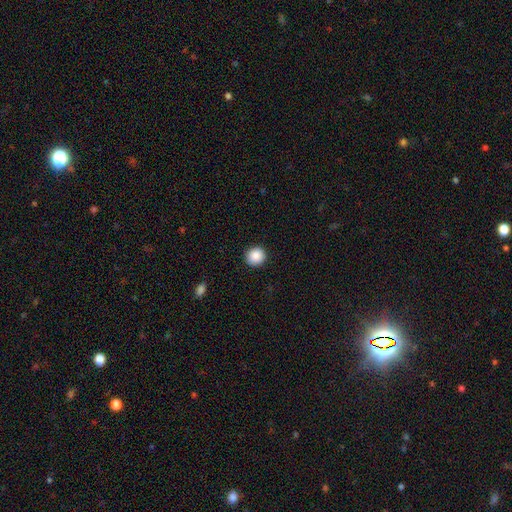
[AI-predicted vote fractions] smooth 89%, star or artifact 9%, featured or disk 3%. Down the decision tree: how rounded — round (93%); merging — none (92%).